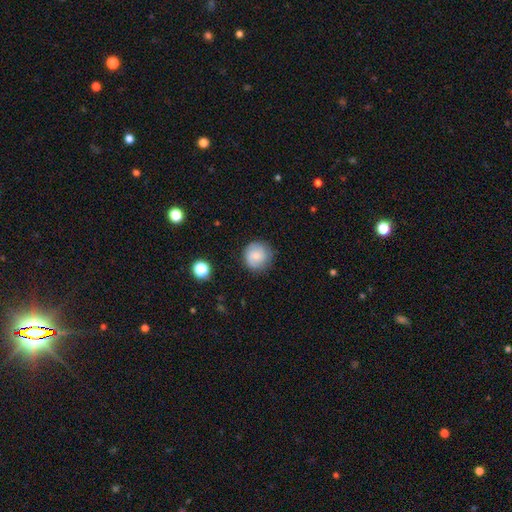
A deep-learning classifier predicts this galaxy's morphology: Smooth or featured? Predicted: smooth (p=0.68). How rounded? Predicted: round (p=0.93). Merging? Predicted: none (p=0.81).